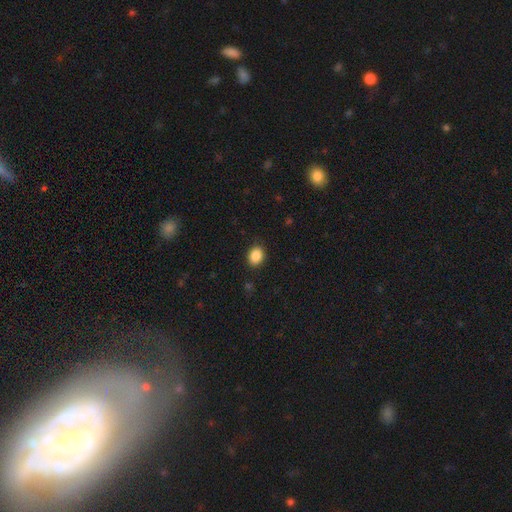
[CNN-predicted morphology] Smooth or featured?
  - smooth: 88% *
  - star or artifact: 9%
  - featured or disk: 3%
How rounded?
  - in between: 54% *
  - round: 46%
  - cigar-shaped: 1%
Merging?
  - none: 88% *
  - minor disturbance: 8%
  - major disturbance: 2%
  - merger: 1%